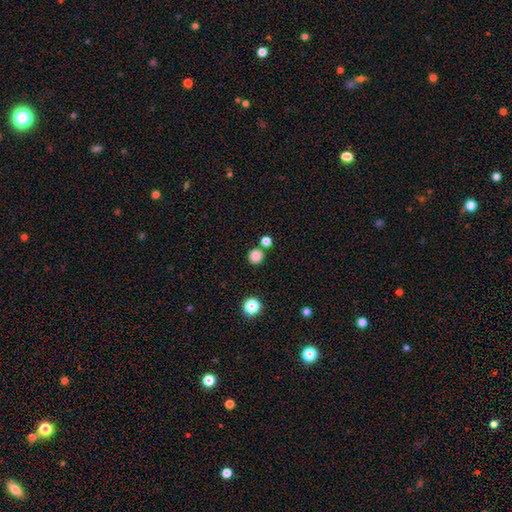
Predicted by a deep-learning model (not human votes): The model was most divided on "smooth or featured": smooth: 84%, star or artifact: 13%, featured or disk: 4%. More confident: how rounded — round (94%); merging — none (82%).